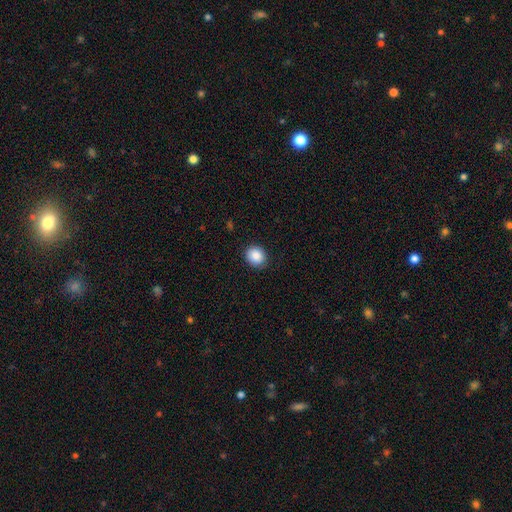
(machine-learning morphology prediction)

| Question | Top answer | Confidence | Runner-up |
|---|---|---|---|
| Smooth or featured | smooth | 88% | star or artifact (8%) |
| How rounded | round | 75% | in between (24%) |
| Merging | none | 87% | minor disturbance (10%) |